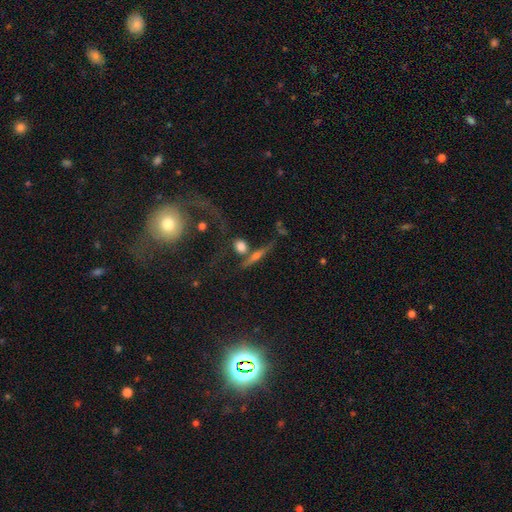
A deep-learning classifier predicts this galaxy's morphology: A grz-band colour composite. It shows a featured or disk galaxy (63%) viewed edge-on (86%) with a rounded central bulge (83%). Merging: none (62%).